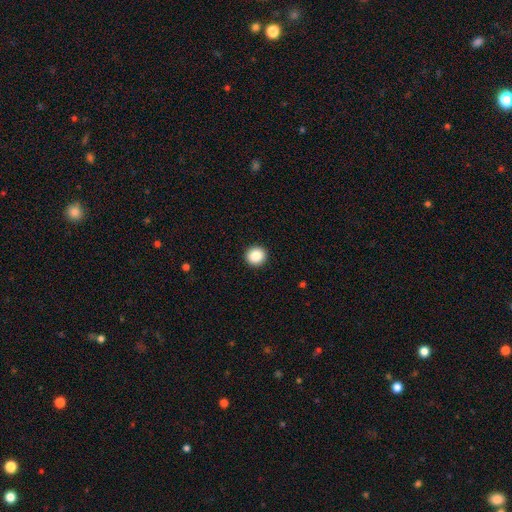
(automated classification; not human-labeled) This appears to be a smooth galaxy with no disk features (88%) that is round (94%). Merging: none (93%).